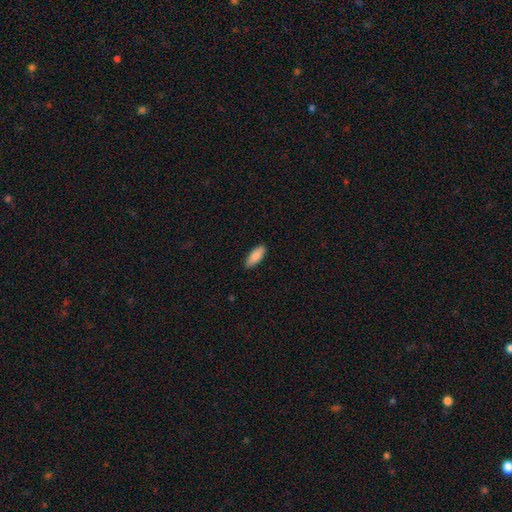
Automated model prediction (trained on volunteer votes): smooth 88%, featured or disk 7%, star or artifact 6%. Down the decision tree: how rounded — in between (74%); merging — none (88%).